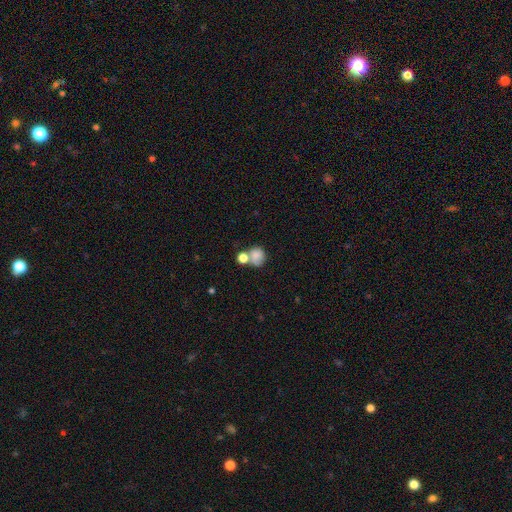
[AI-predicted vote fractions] A smooth galaxy with no disk features (79%) that is round (76%). Merging: merger (41%).